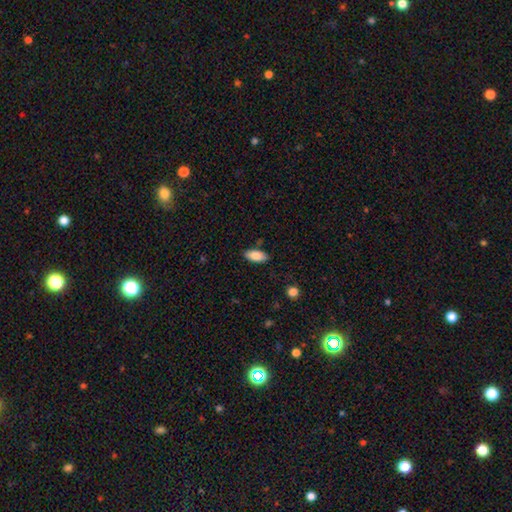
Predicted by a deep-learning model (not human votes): smooth_or_featured: smooth (p=0.85) [alt: featured or disk p=0.09]
how_rounded: in between (p=0.90) [alt: cigar-shaped p=0.07]
merging: none (p=0.84) [alt: minor disturbance p=0.11]